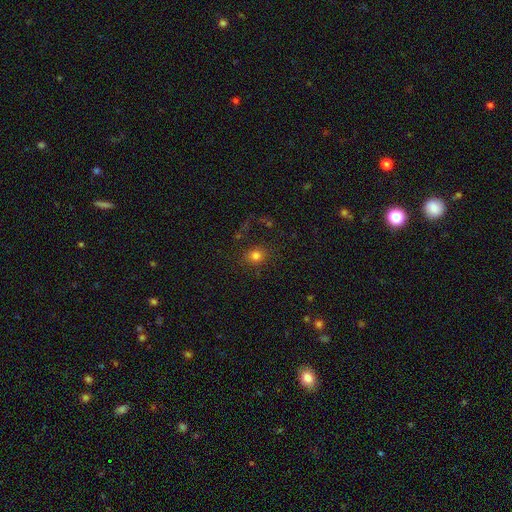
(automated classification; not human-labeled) Q: Smooth or featured?
A: smooth (77%); runner-up: star or artifact (16%)
Q: How rounded?
A: round (71%); runner-up: in between (27%)
Q: Merging?
A: none (76%); runner-up: minor disturbance (11%)